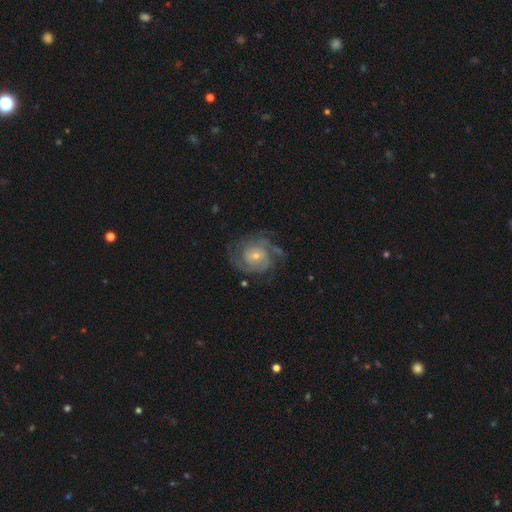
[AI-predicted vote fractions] A featured or disk galaxy (85%) with no bar (62%), 2 (31%) tight (48%) spiral arms (95%) and a small central bulge (63%).

Vote fractions:
- Smooth or featured? featured or disk: 85% / smooth: 9% / star or artifact: 6%
- Edge-on disk? no: 98% / yes: 2%
- Bar? no: 62% / weak: 31% / strong: 7%
- Spiral arms? yes: 95% / no: 5%
- Spiral winding? tight: 48% / medium: 41% / loose: 11%
- Spiral arm count? 2: 31% / 3: 29% / can't tell: 20% / 4: 9% / 1: 6% / more than 4: 5%
- Bulge size? small: 63% / moderate: 32% / large: 2% / none: 2% / dominant: 1%
- Merging? none: 67% / minor disturbance: 18% / major disturbance: 13% / merger: 2%